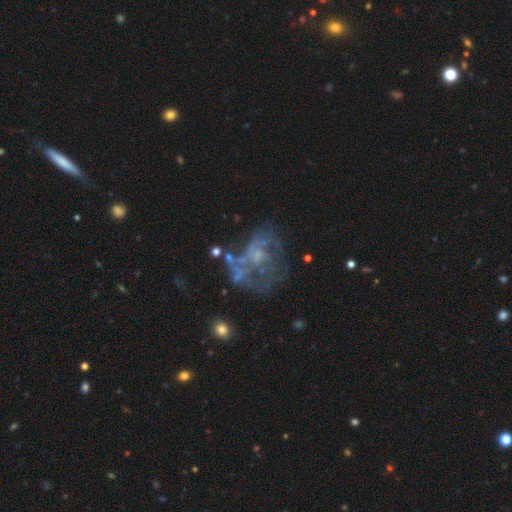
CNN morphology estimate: Smooth or featured? Predicted: featured or disk (p=0.69). Edge-on disk? Predicted: no (p=0.98). Bar? Predicted: no (p=0.78). Spiral arms? Predicted: no (p=0.54). Bulge size? Predicted: none (p=0.41). Merging? Predicted: none (p=0.41).